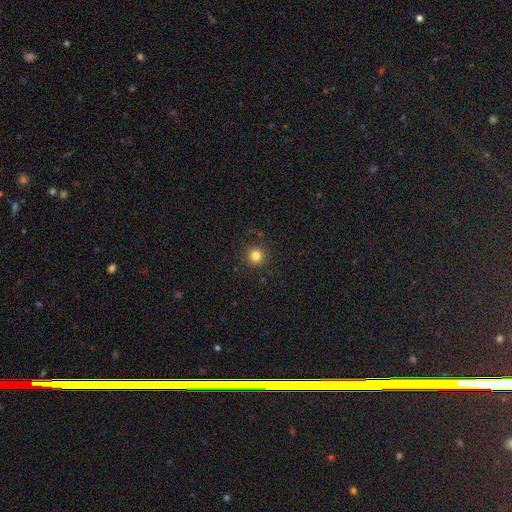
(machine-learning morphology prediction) A smooth galaxy with no disk features (82%) that is round (95%).

Vote fractions:
- Smooth or featured? smooth: 82% / star or artifact: 13% / featured or disk: 5%
- How rounded? round: 95% / in between: 4% / cigar-shaped: 1%
- Merging? none: 90% / minor disturbance: 7% / major disturbance: 2% / merger: 1%